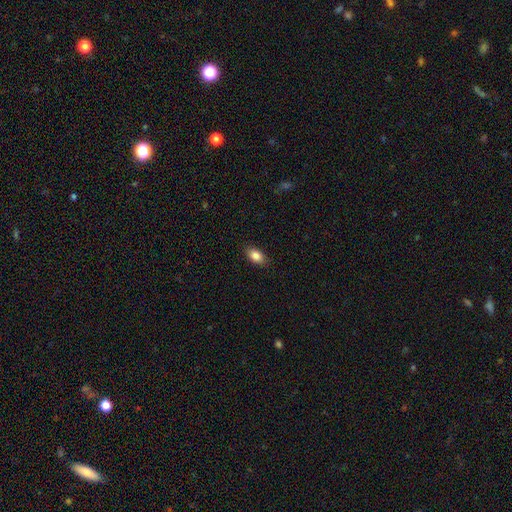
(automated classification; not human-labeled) Smooth or featured: smooth — 86% (star or artifact — 8%)
How rounded: in between — 90% (round — 7%)
Merging: none — 88% (minor disturbance — 9%)